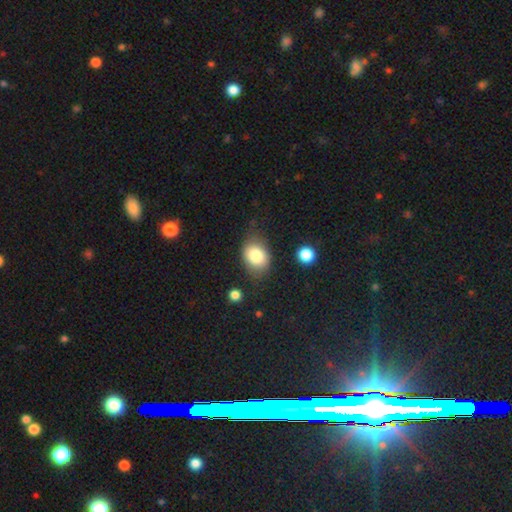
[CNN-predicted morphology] Smooth or featured: smooth — 82% (featured or disk — 10%)
How rounded: in between — 68% (round — 31%)
Merging: none — 70% (minor disturbance — 21%)